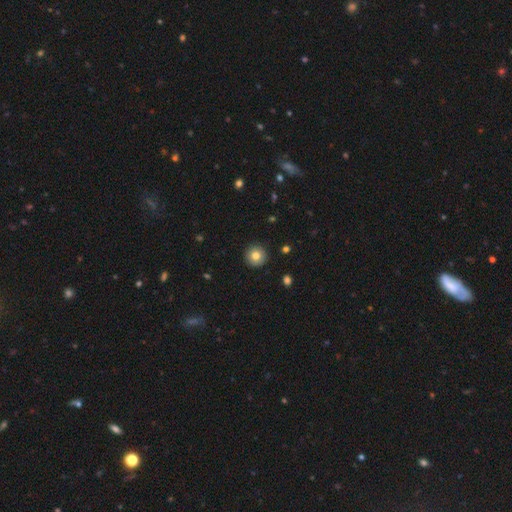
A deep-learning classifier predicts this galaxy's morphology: Smooth or featured? Predicted: smooth (p=0.82). How rounded? Predicted: round (p=0.96). Merging? Predicted: none (p=0.92).